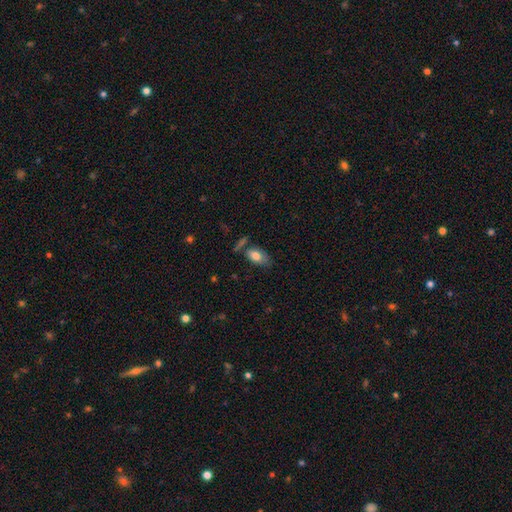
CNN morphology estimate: type=smooth (77%); roundness=in between (91%); merging=none (56%).